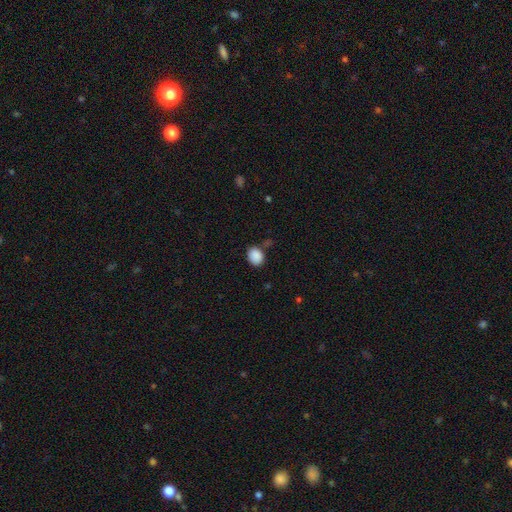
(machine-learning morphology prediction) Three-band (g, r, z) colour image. It shows a smooth galaxy with no disk features (88%) that is in between round and cigar-shaped (54%). Merging: none (75%).